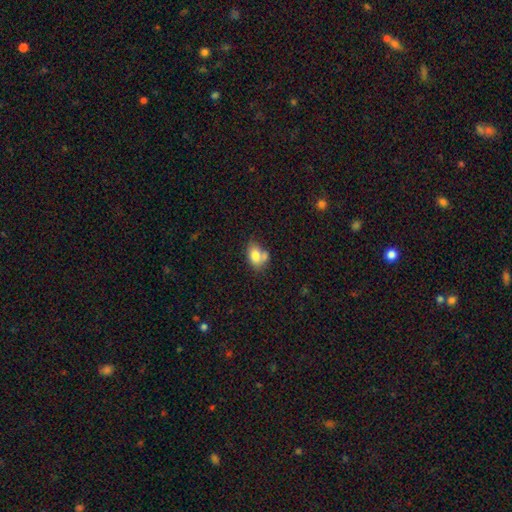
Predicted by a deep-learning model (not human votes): Morphology: type=smooth (78%); roundness=in between (78%); merging=none (38%).